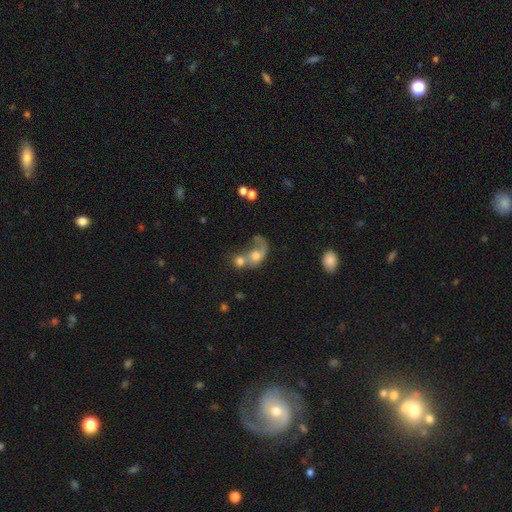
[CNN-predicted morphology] This is possibly a smooth galaxy (48%). Merging: likely merger (65%).